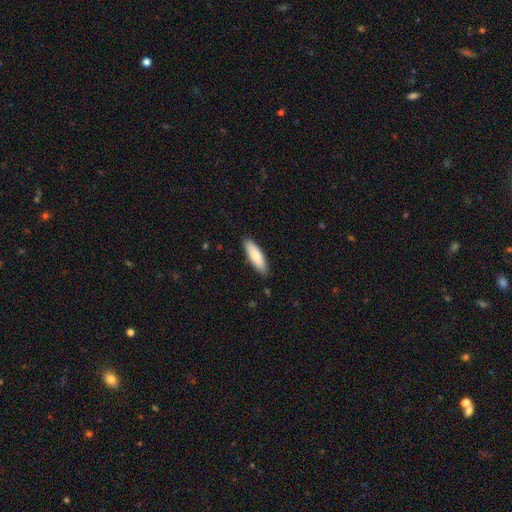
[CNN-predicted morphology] Overall: smooth (79%). How rounded: cigar-shaped (56%; in between 43%). Merging: none (89%).